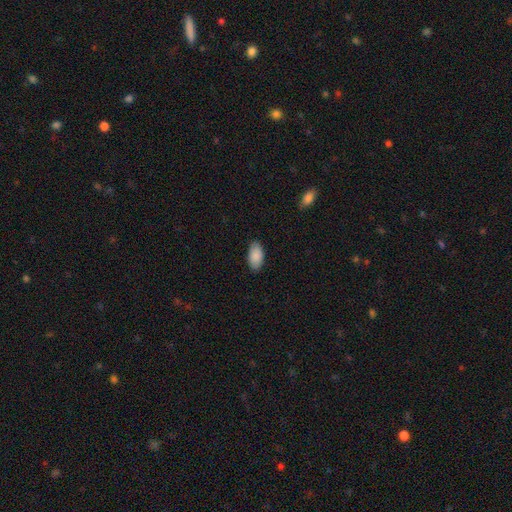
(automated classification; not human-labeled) Smooth or featured?
  - smooth: 90% *
  - star or artifact: 6%
  - featured or disk: 4%
How rounded?
  - in between: 95% *
  - cigar-shaped: 3%
  - round: 2%
Merging?
  - none: 87% *
  - minor disturbance: 10%
  - major disturbance: 2%
  - merger: 1%